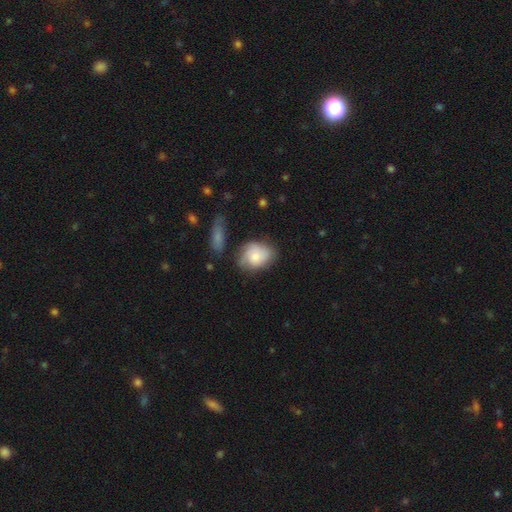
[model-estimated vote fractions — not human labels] Smooth or featured? smooth (68%)
How rounded? in between (55%)
Merging? none (56%)